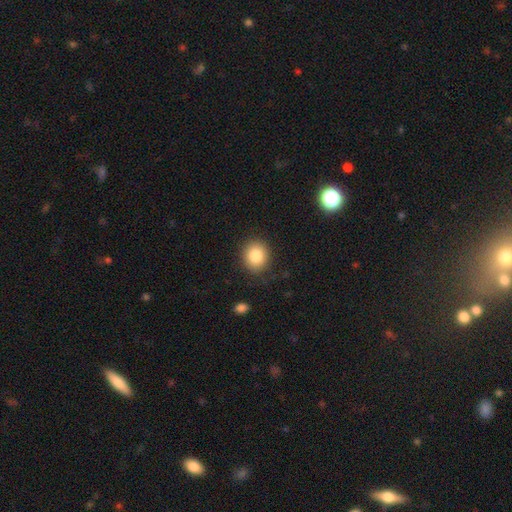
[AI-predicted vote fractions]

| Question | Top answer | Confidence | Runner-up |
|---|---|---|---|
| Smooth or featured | smooth | 84% | star or artifact (9%) |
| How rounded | round | 78% | in between (21%) |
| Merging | none | 87% | minor disturbance (9%) |